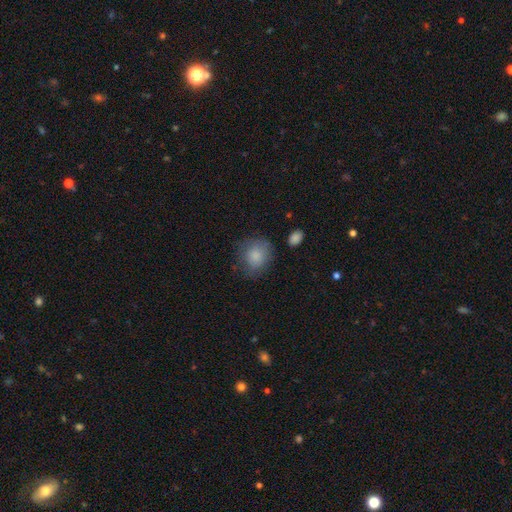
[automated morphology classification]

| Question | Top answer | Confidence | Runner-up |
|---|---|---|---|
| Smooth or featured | smooth | 85% | star or artifact (8%) |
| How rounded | round | 80% | in between (19%) |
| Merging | none | 69% | minor disturbance (21%) |